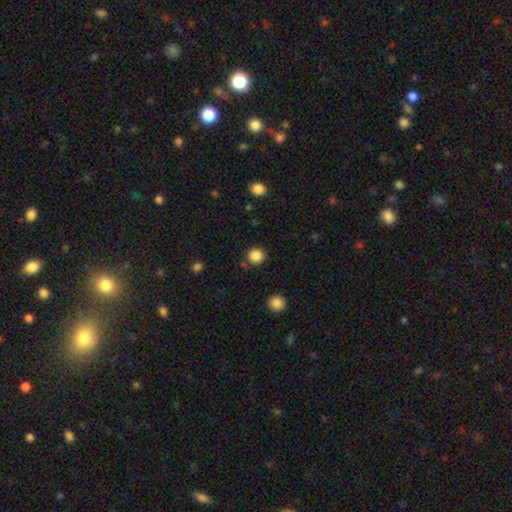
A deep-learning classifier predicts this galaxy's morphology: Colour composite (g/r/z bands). It shows a smooth galaxy with no disk features (86%) that is round (93%). Merging: none (86%).